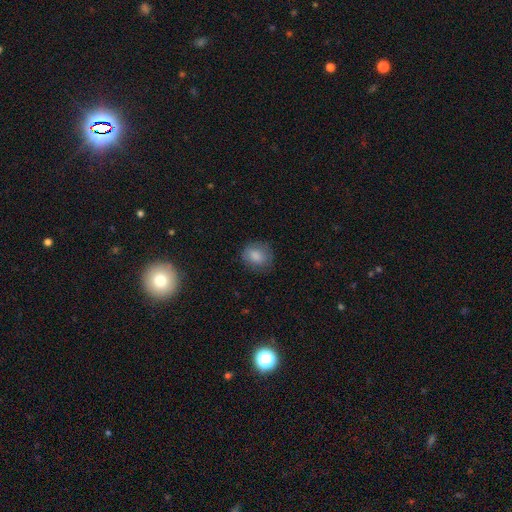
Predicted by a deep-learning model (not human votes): A smooth galaxy with no disk features (83%) that is round (63%).

Vote fractions:
- Smooth or featured? smooth: 83% / star or artifact: 8% / featured or disk: 8%
- How rounded? round: 63% / in between: 36% / cigar-shaped: 1%
- Merging? none: 76% / minor disturbance: 17% / major disturbance: 6% / merger: 1%